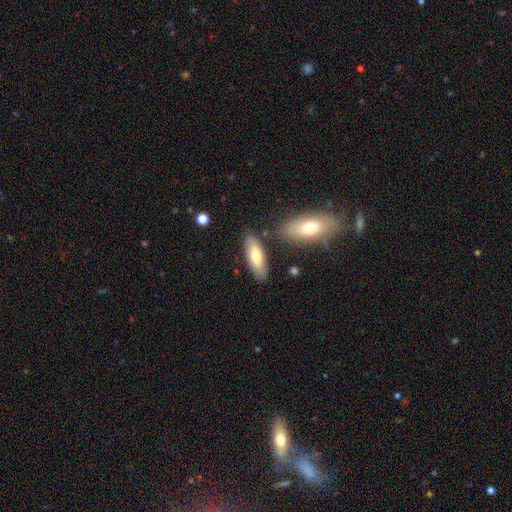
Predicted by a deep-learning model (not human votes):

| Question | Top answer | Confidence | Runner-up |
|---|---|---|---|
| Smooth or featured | smooth | 71% | featured or disk (23%) |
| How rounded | in between | 66% | cigar-shaped (32%) |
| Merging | none | 79% | minor disturbance (12%) |